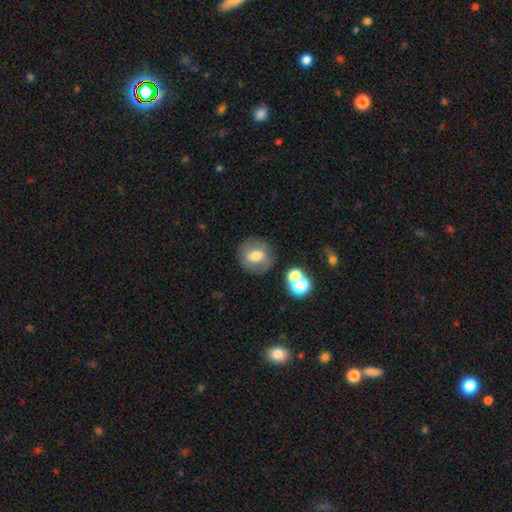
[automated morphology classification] type=smooth (66%); roundness=round (72%); merging=none (80%).